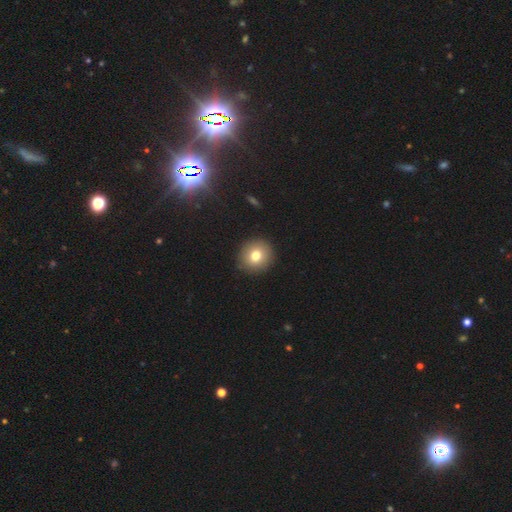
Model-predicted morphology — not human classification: The model was most divided on "smooth or featured": smooth: 78%, featured or disk: 12%, star or artifact: 11%. More confident: merging — none (91%); how rounded — round (89%).